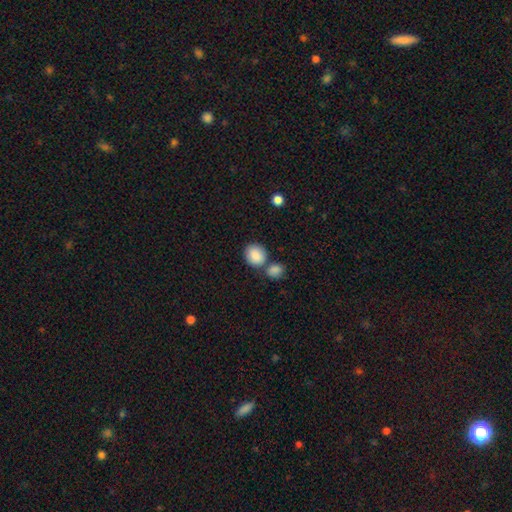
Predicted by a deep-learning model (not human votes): Smooth or featured?
  - smooth: 88% *
  - star or artifact: 7%
  - featured or disk: 5%
How rounded?
  - round: 70% *
  - in between: 29%
  - cigar-shaped: 1%
Merging?
  - none: 60% *
  - merger: 26%
  - minor disturbance: 11%
  - major disturbance: 4%